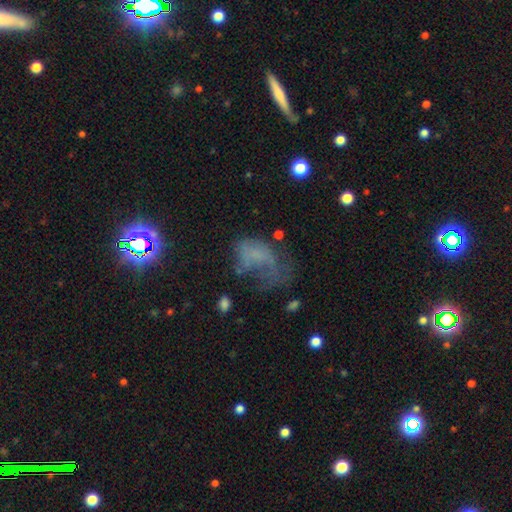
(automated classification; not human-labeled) smooth 39%, featured or disk 36%, star or artifact 25%. Down the decision tree: merging — major disturbance (49%).